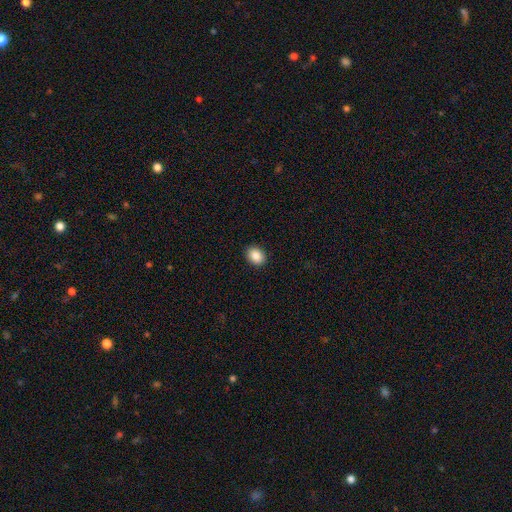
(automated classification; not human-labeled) smooth 88%, star or artifact 8%, featured or disk 4%. Down the decision tree: how rounded — in between (58%); merging — none (91%).